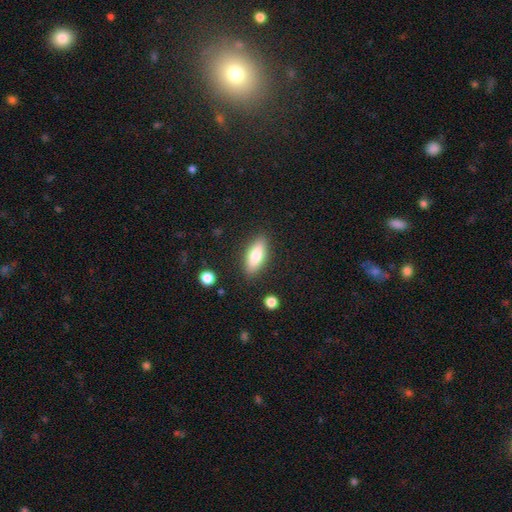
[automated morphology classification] This appears to be a smooth galaxy with no disk features (75%) that is in between round and cigar-shaped (65%). Merging: none (86%).